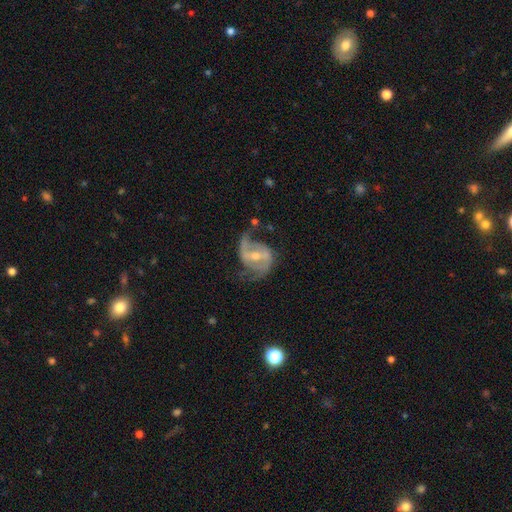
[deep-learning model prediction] A featured or disk galaxy (84%) with a weak bar (42%), 2 (79%) medium (43%) spiral arms (89%) and a moderate central bulge (57%). Merging: none (52%).